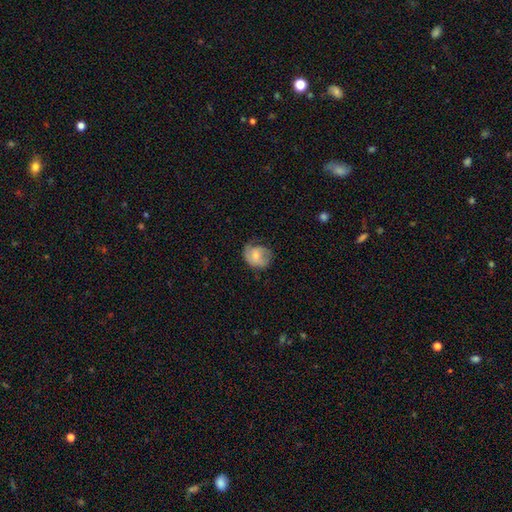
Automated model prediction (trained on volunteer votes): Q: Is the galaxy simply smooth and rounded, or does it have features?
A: smooth — 52%.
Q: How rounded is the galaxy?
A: round — 62%.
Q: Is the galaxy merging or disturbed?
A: none — 49%.